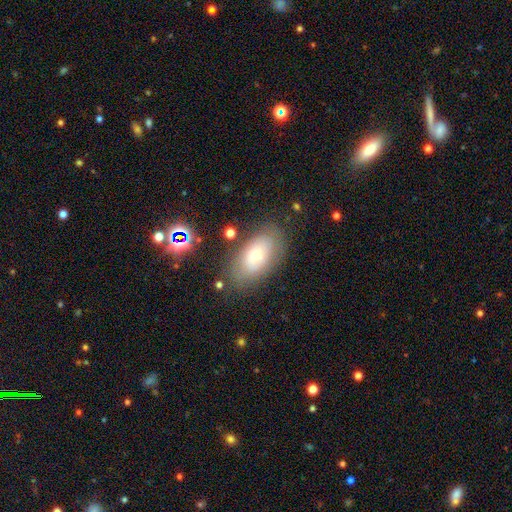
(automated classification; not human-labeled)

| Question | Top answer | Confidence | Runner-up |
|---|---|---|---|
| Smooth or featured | smooth | 59% | featured or disk (30%) |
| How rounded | in between | 91% | round (7%) |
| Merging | none | 76% | minor disturbance (15%) |